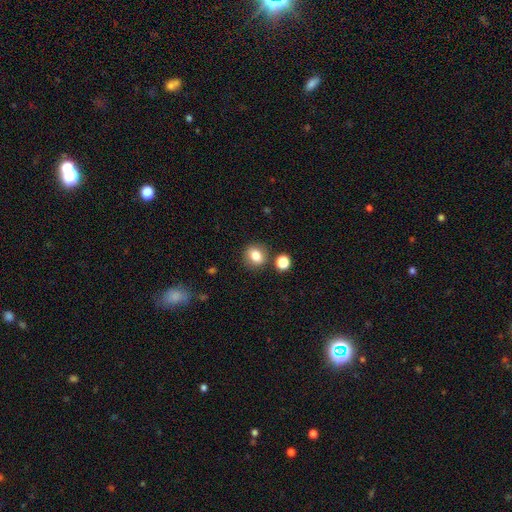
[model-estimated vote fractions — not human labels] This is clearly a smooth galaxy (80%). How rounded: likely round (65%). Merging: likely none (79%).